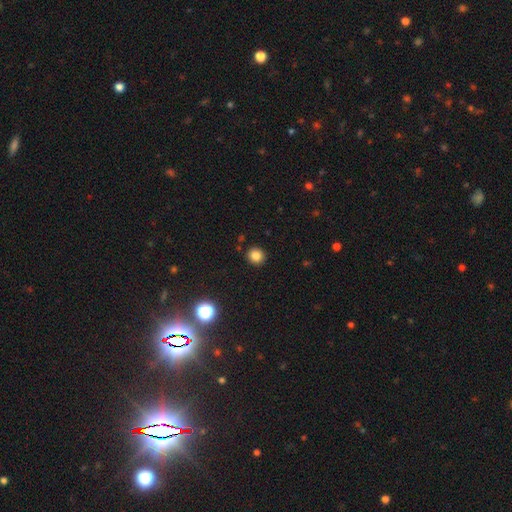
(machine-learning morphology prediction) A smooth galaxy with no disk features (82%) that is round (89%). Merging: none (92%).